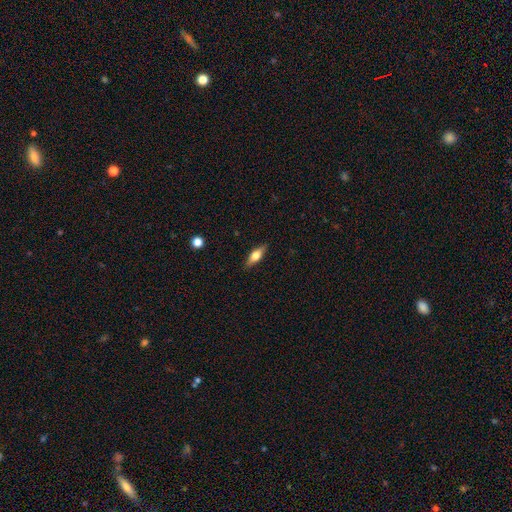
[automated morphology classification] smooth-or-featured: smooth: 49% | featured or disk: 44% | star or artifact: 7%
  merging: none: 88% | minor disturbance: 9% | major disturbance: 2% | merger: 1%